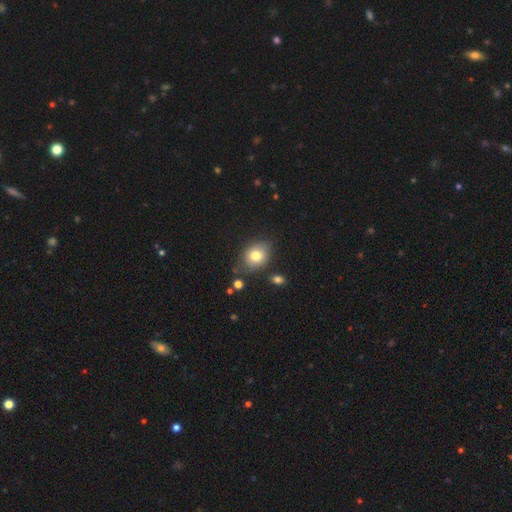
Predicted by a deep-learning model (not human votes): This is likely a smooth galaxy (78%). How rounded: possibly in between (59%). Merging: likely none (73%).